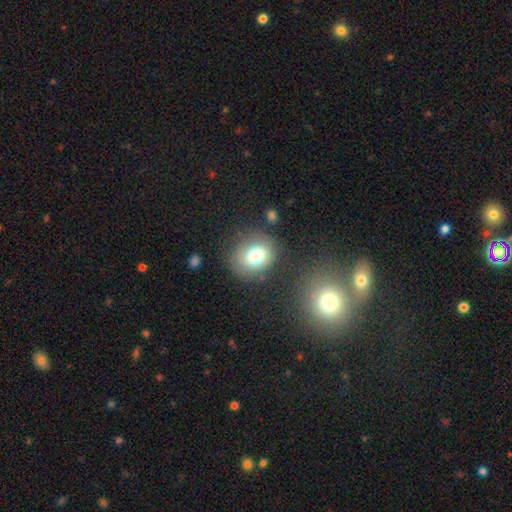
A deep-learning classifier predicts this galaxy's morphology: Q: Smooth or featured?
A: smooth (75%); runner-up: featured or disk (14%)
Q: How rounded?
A: round (67%); runner-up: in between (32%)
Q: Merging?
A: none (74%); runner-up: minor disturbance (15%)